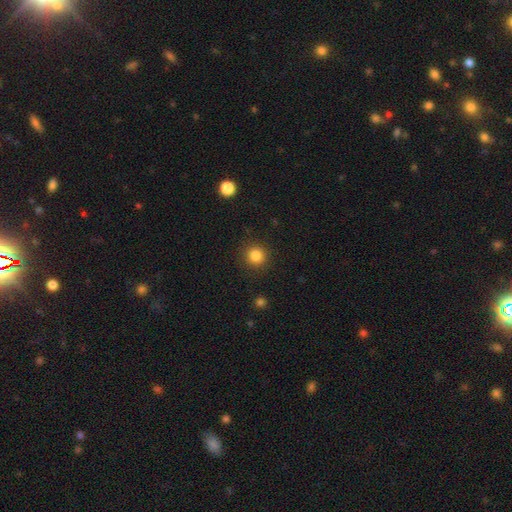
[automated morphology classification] A smooth galaxy with no disk features (84%) that is round (94%). Merging: none (91%).